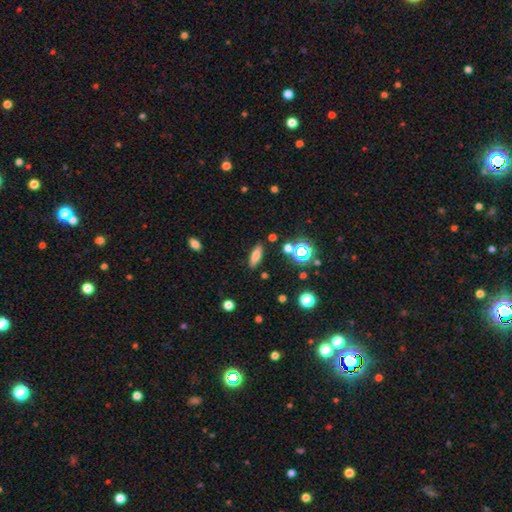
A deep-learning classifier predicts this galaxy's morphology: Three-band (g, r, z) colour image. It shows a smooth galaxy with no disk features (69%) that is cigar-shaped (48%, tied with in between). Merging: none (86%).